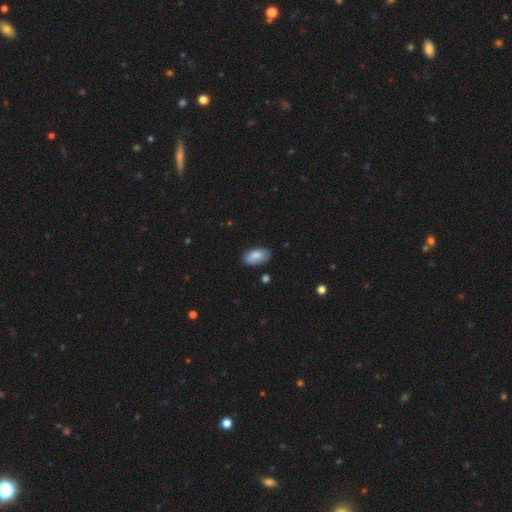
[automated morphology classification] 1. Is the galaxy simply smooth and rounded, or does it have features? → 83% smooth, 11% featured or disk, 7% star or artifact.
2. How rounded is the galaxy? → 94% in between, 4% round, 2% cigar-shaped.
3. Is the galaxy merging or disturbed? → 79% none, 17% minor disturbance, 3% major disturbance, 2% merger.